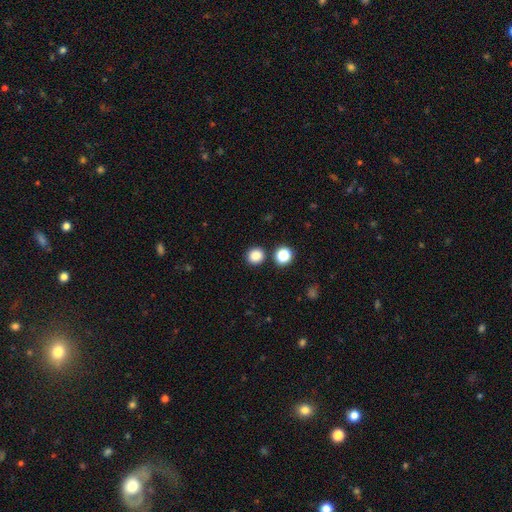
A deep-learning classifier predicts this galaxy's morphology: This is clearly a smooth galaxy (85%). How rounded: clearly round (92%). Merging: clearly none (87%).